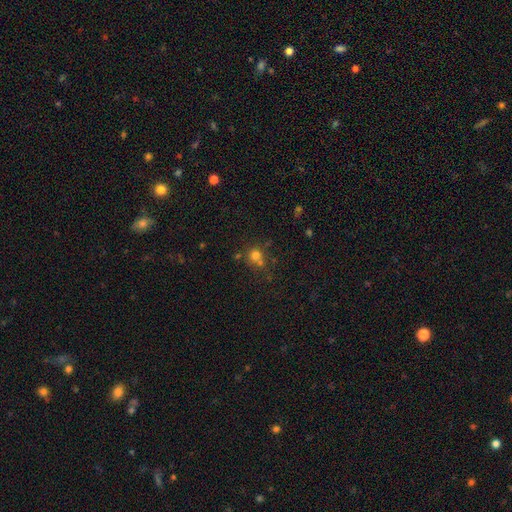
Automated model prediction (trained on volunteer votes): Smooth or featured: smooth — 71% (star or artifact — 19%)
How rounded: round — 88% (in between — 11%)
Merging: none — 58% (merger — 27%)